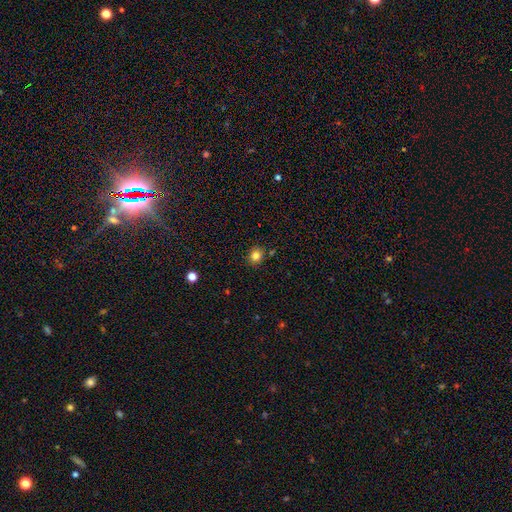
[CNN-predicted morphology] This appears to be a smooth galaxy with no disk features (82%) that is round (77%). Merging: none (86%).